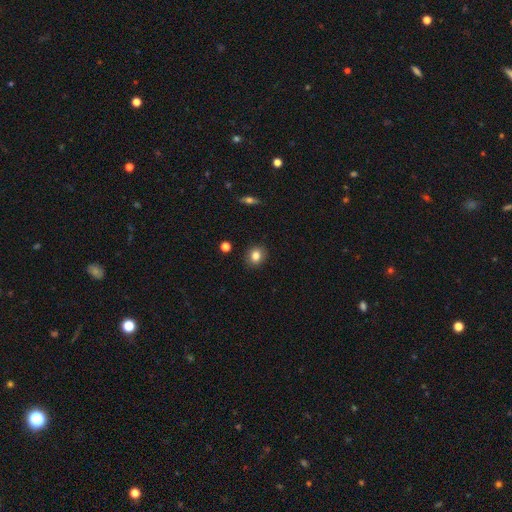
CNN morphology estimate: A smooth galaxy with no disk features (82%) that is round (72%). Merging: none (90%).